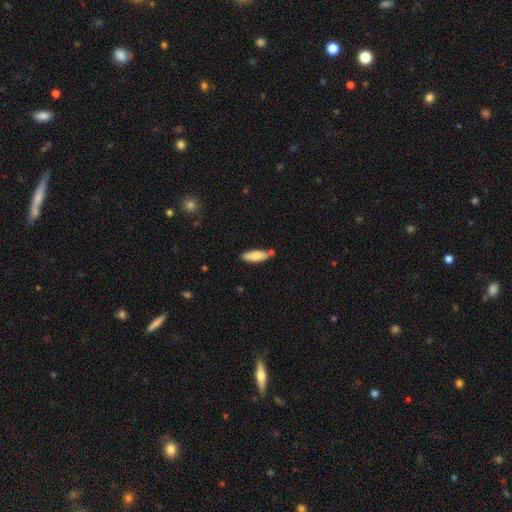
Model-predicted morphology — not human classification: A smooth galaxy with no disk features (78%) that is in between round and cigar-shaped (60%). Merging: none (71%).